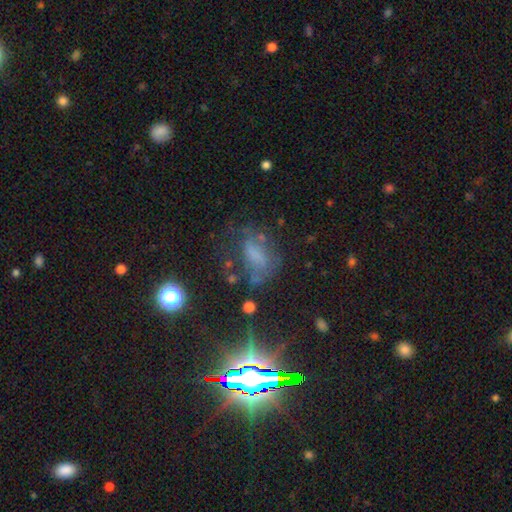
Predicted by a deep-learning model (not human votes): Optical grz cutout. It shows a smooth galaxy with no disk features (40%). Merging: none (43%).